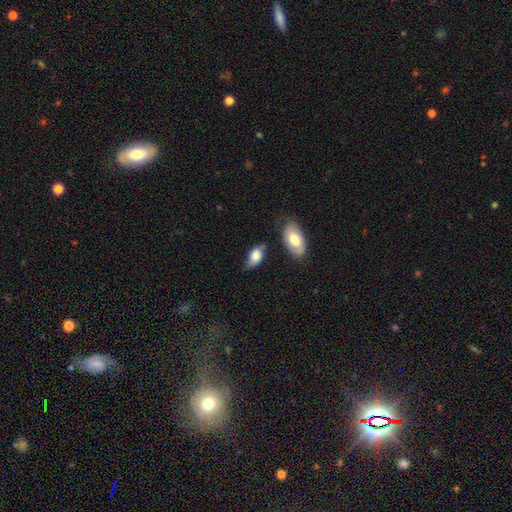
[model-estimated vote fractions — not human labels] Smooth or featured: smooth — 74% (featured or disk — 20%)
How rounded: in between — 91% (round — 5%)
Merging: none — 54% (minor disturbance — 29%)